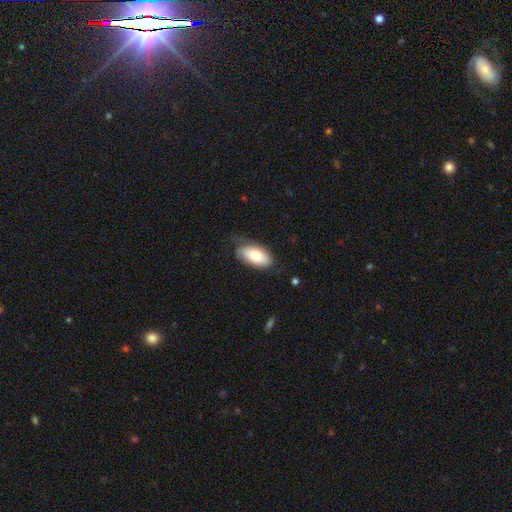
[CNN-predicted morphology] Smooth or featured? Predicted: smooth (p=0.72). How rounded? Predicted: in between (p=0.94). Merging? Predicted: none (p=0.58).